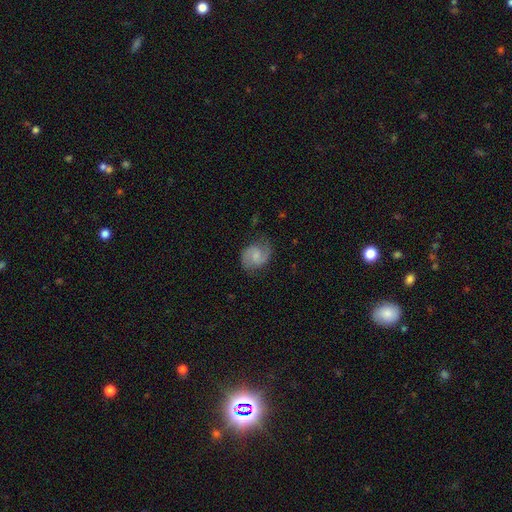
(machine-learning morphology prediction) A featured or disk galaxy (73%) with a weak bar (50%), 2 (91%) medium (54%) spiral arms (95%) and a small central bulge (40%).

Vote fractions:
- Smooth or featured? featured or disk: 73% / smooth: 20% / star or artifact: 6%
- Edge-on disk? no: 98% / yes: 2%
- Bar? weak: 50% / no: 40% / strong: 10%
- Spiral arms? yes: 95% / no: 5%
- Spiral winding? medium: 54% / loose: 26% / tight: 20%
- Spiral arm count? 2: 91% / can't tell: 4% / 1: 2% / 3: 1% / 4: 1% / more than 4: 1%
- Bulge size? small: 40% / none: 31% / moderate: 24% / large: 3% / dominant: 1%
- Merging? none: 77% / minor disturbance: 16% / major disturbance: 6% / merger: 1%